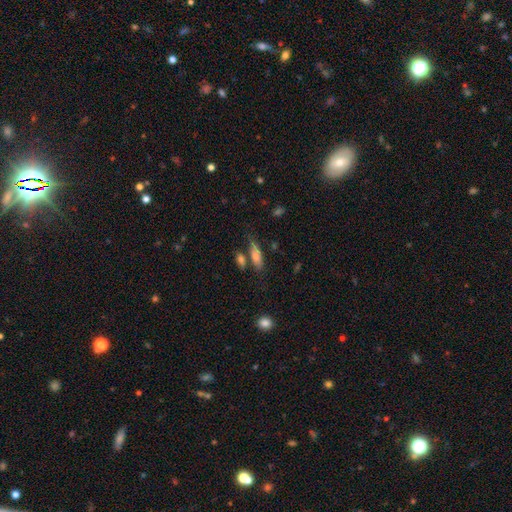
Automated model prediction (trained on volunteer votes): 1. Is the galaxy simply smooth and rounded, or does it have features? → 69% smooth, 21% featured or disk, 10% star or artifact.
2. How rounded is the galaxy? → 53% cigar-shaped, 44% in between, 3% round.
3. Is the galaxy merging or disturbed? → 62% none, 16% minor disturbance, 16% merger, 6% major disturbance.